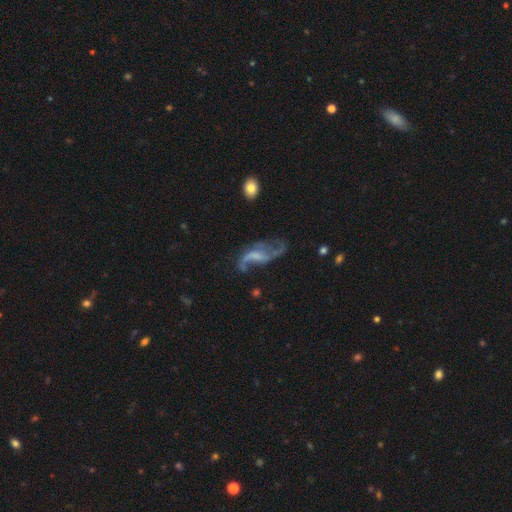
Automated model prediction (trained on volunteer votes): Q: Smooth or featured?
A: featured or disk (77%); runner-up: smooth (14%)
Q: Edge-on disk?
A: no (94%); runner-up: yes (6%)
Q: Bar?
A: weak (42%); runner-up: no (40%)
Q: Spiral arms?
A: yes (83%); runner-up: no (17%)
Q: Spiral winding?
A: loose (83%); runner-up: medium (14%)
Q: Spiral arm count?
A: 2 (79%); runner-up: 1 (8%)
Q: Bulge size?
A: none (49%); runner-up: small (29%)
Q: Merging?
A: none (41%); runner-up: major disturbance (32%)